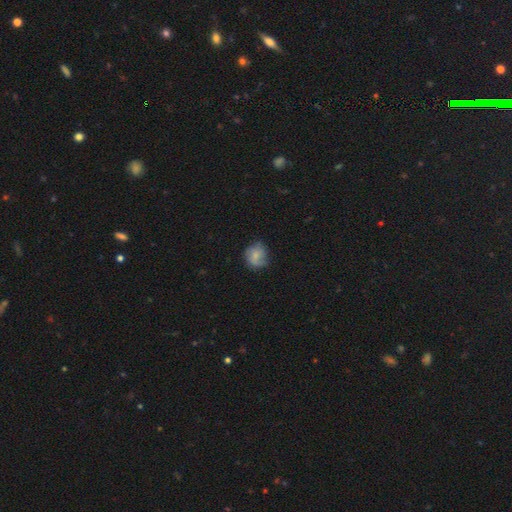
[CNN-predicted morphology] smooth-or-featured: smooth: 69% | featured or disk: 24% | star or artifact: 8%
  how-rounded: round: 78% | in between: 21% | cigar-shaped: 1%
  merging: none: 66% | minor disturbance: 25% | major disturbance: 7% | merger: 1%